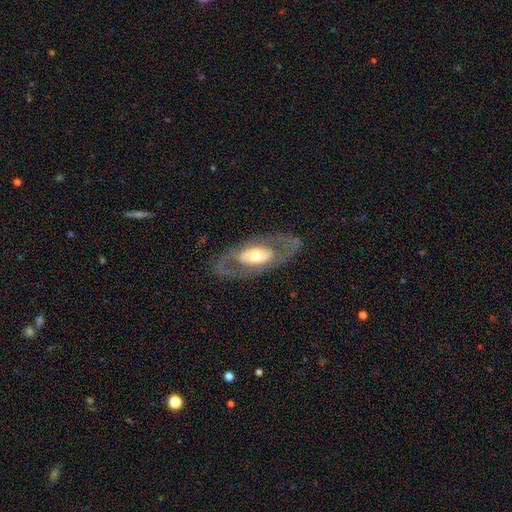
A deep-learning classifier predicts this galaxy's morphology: type=featured or disk (68%); edge-on=no (87%); bar=no (72%); spiral arms=no (66%); bulge=moderate (62%); merging=none (75%).